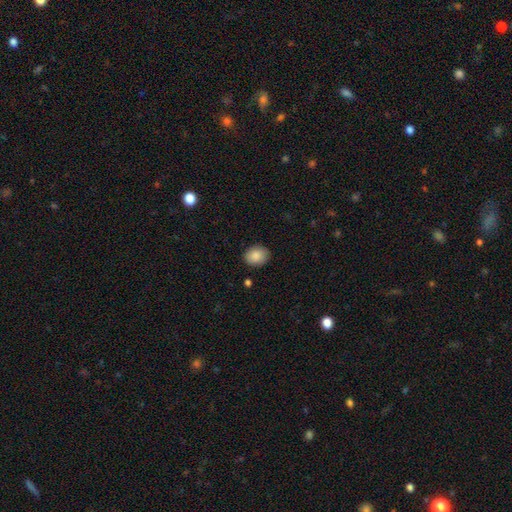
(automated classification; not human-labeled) A smooth galaxy with no disk features (88%) that is round (51%). Merging: none (87%).